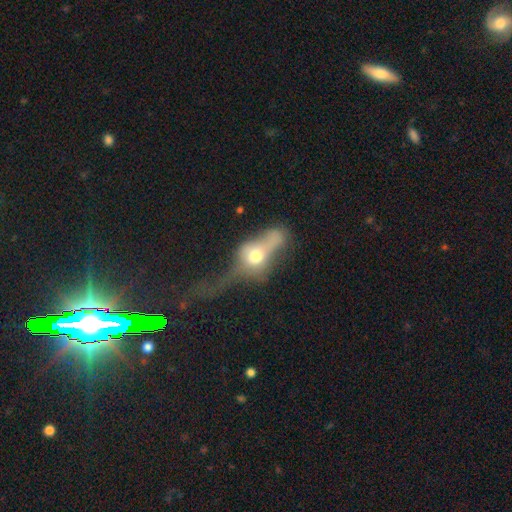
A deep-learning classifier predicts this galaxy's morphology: smooth-or-featured: smooth: 52% | featured or disk: 38% | star or artifact: 10%
  how-rounded: in between: 56% | round: 31% | cigar-shaped: 13%
  merging: major disturbance: 56% | none: 16% | minor disturbance: 15% | merger: 13%